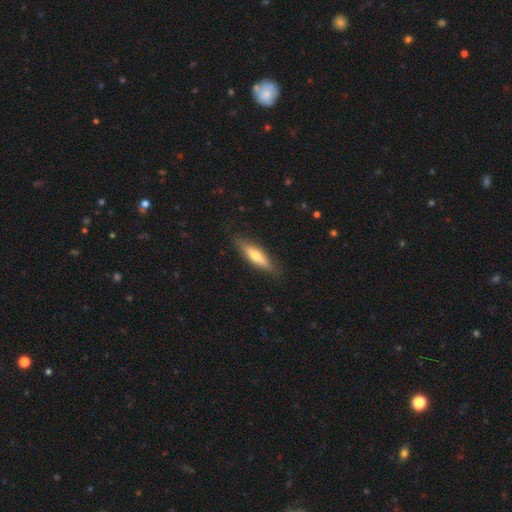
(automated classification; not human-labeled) smooth_or_featured: smooth (p=0.60) [alt: featured or disk p=0.35]
how_rounded: cigar-shaped (p=0.69) [alt: in between p=0.29]
merging: none (p=0.84) [alt: minor disturbance p=0.12]